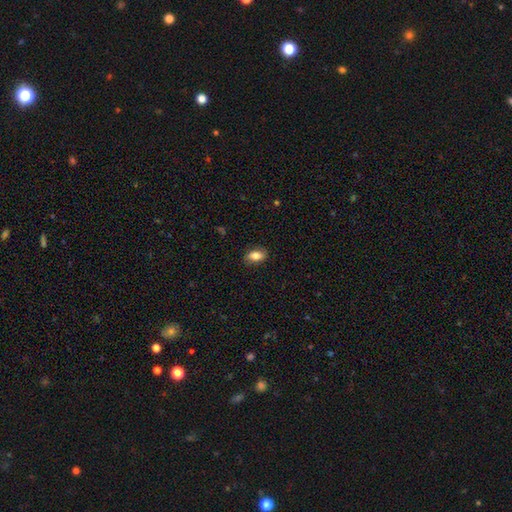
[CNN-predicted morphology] smooth_or_featured: smooth (p=0.78) [alt: featured or disk p=0.14]
how_rounded: in between (p=0.88) [alt: round p=0.08]
merging: none (p=0.84) [alt: minor disturbance p=0.12]